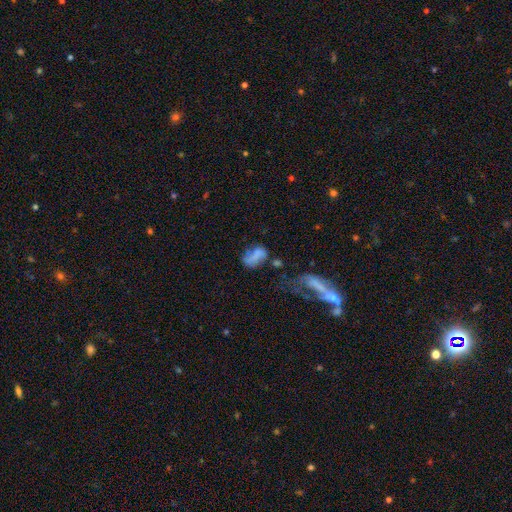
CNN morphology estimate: A smooth galaxy with no disk features (62%) that is in between round and cigar-shaped (84%). Merging: none (35%).